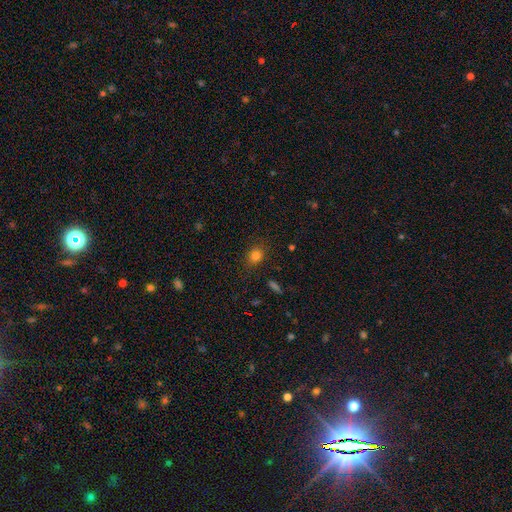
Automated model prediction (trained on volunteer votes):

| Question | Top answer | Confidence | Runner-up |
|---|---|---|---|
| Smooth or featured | smooth | 79% | star or artifact (14%) |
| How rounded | round | 62% | in between (37%) |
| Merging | none | 83% | minor disturbance (12%) |